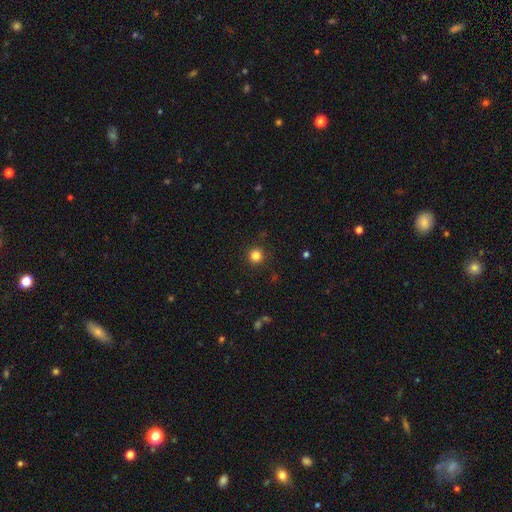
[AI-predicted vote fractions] This appears to be a smooth galaxy with no disk features (83%) that is round (95%). Merging: none (91%).